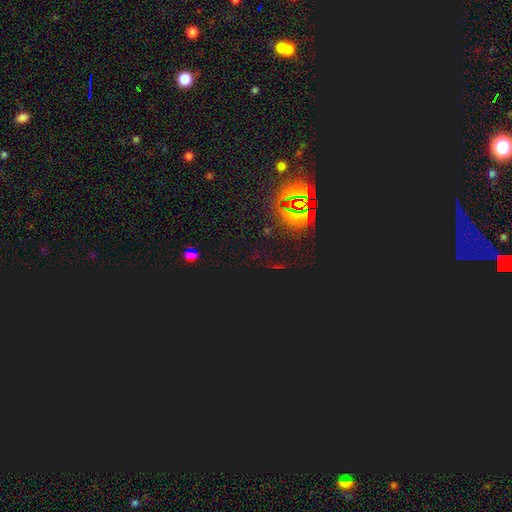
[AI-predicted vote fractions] This appears to be a star or artifact, not a galaxy (81%).